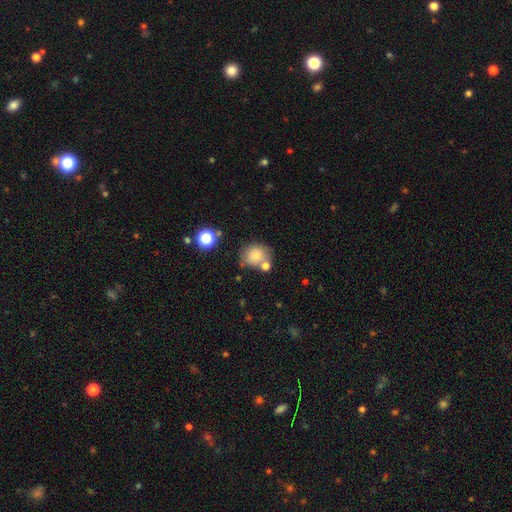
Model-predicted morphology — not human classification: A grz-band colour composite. It shows a smooth galaxy with no disk features (79%) that is round (76%). Merging: none (61%).